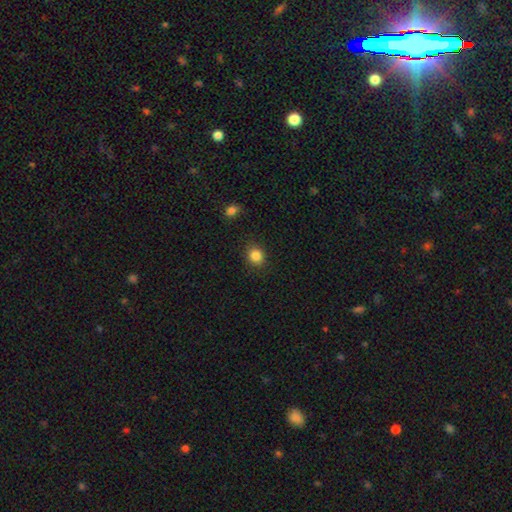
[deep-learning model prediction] The model was most divided on "how rounded": round: 77%, in between: 22%, cigar-shaped: 1%. More confident: merging — none (86%); smooth or featured — smooth (85%).